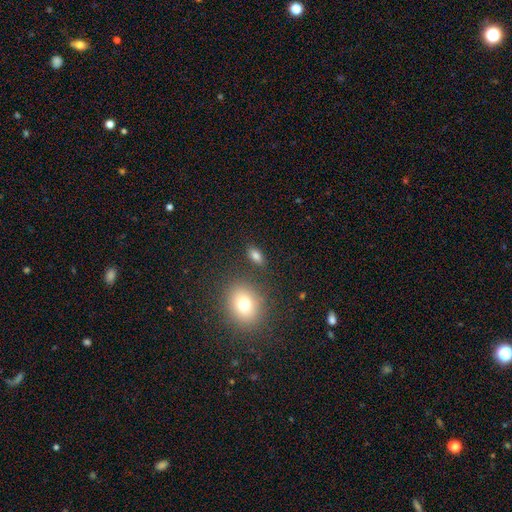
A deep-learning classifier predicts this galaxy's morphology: Smooth or featured? smooth (78%)
How rounded? in between (80%)
Merging? none (80%)